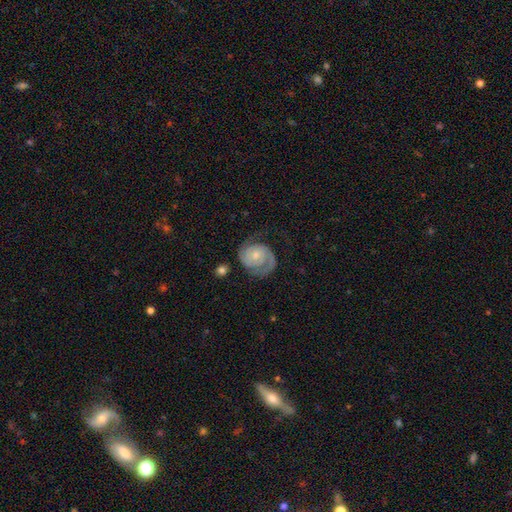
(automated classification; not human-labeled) Q: Smooth or featured?
A: featured or disk (84%); runner-up: smooth (11%)
Q: Edge-on disk?
A: no (98%); runner-up: yes (2%)
Q: Bar?
A: no (71%); runner-up: weak (25%)
Q: Spiral arms?
A: yes (96%); runner-up: no (4%)
Q: Spiral winding?
A: tight (57%); runner-up: medium (33%)
Q: Spiral arm count?
A: 2 (81%); runner-up: 1 (8%)
Q: Bulge size?
A: small (50%); runner-up: moderate (41%)
Q: Merging?
A: none (68%); runner-up: minor disturbance (19%)